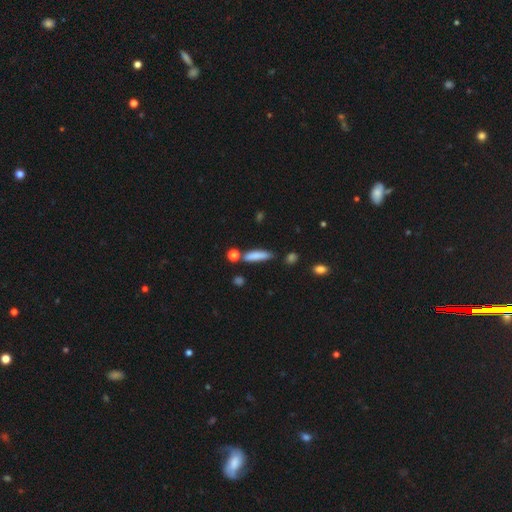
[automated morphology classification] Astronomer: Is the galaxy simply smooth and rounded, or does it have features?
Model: smooth — 81%.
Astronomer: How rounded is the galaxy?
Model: cigar-shaped — 79%.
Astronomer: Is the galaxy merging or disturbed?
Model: none — 72%.